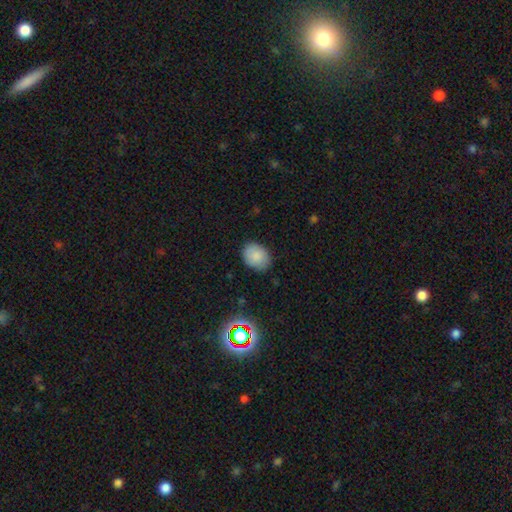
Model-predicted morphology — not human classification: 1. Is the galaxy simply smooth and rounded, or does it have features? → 83% smooth, 9% star or artifact, 8% featured or disk.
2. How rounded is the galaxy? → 58% in between, 41% round, 1% cigar-shaped.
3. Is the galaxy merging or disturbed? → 81% none, 15% minor disturbance, 3% major disturbance, 1% merger.